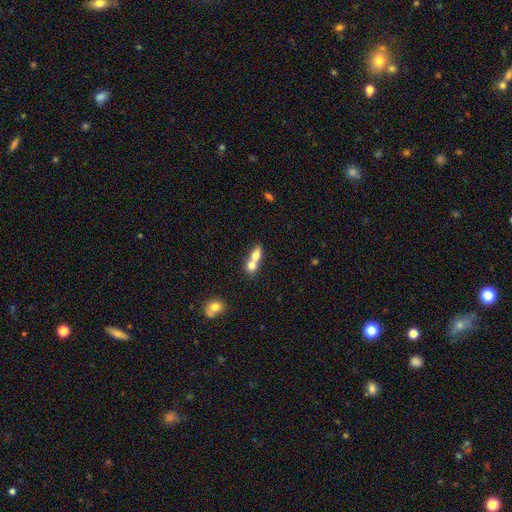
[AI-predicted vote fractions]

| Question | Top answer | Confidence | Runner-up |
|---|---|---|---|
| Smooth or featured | smooth | 70% | featured or disk (21%) |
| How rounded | in between | 57% | round (34%) |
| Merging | merger | 74% | none (18%) |